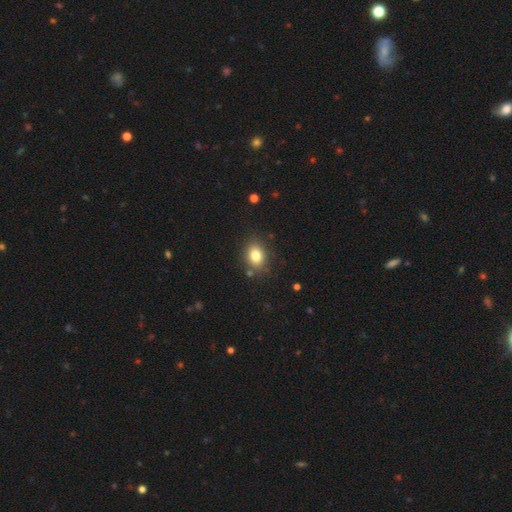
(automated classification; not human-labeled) smooth 81%, star or artifact 10%, featured or disk 9%. Down the decision tree: how rounded — in between (64%); merging — none (80%).